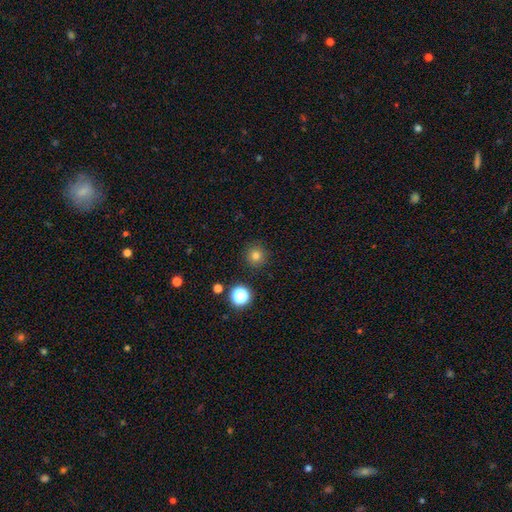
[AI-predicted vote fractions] Smooth or featured? Predicted: smooth (p=0.78). How rounded? Predicted: round (p=0.95). Merging? Predicted: none (p=0.91).